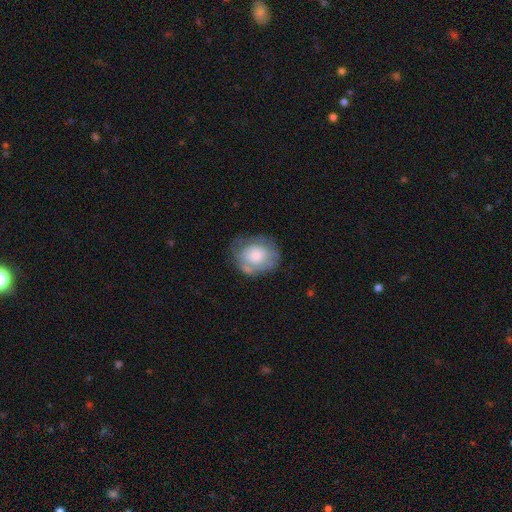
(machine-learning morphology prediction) This is likely a smooth galaxy (67%). How rounded: likely round (67%). Merging: possibly none (56%).